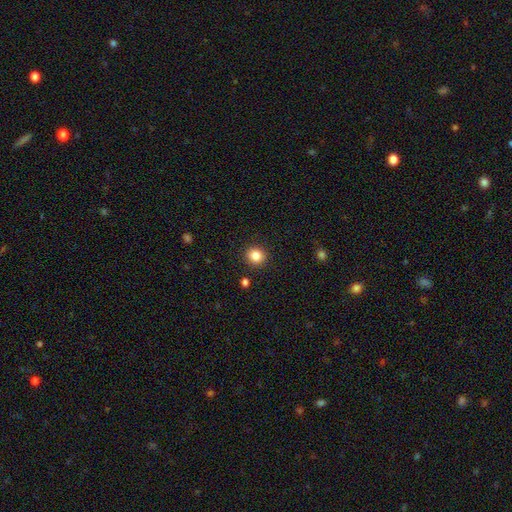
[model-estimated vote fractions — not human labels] A smooth galaxy with no disk features (85%) that is round (88%).

Vote fractions:
- Smooth or featured? smooth: 85% / star or artifact: 11% / featured or disk: 5%
- How rounded? round: 88% / in between: 11% / cigar-shaped: 1%
- Merging? none: 91% / minor disturbance: 6% / major disturbance: 2% / merger: 2%